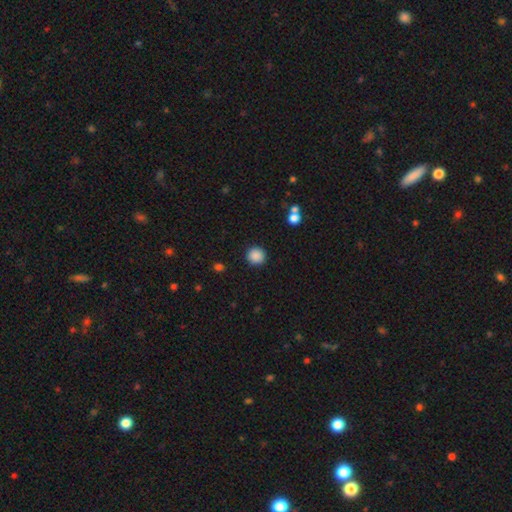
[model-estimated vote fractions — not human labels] Smooth or featured?
  - smooth: 88% *
  - star or artifact: 9%
  - featured or disk: 3%
How rounded?
  - round: 93% *
  - in between: 6%
  - cigar-shaped: 1%
Merging?
  - none: 92% *
  - minor disturbance: 5%
  - major disturbance: 2%
  - merger: 1%